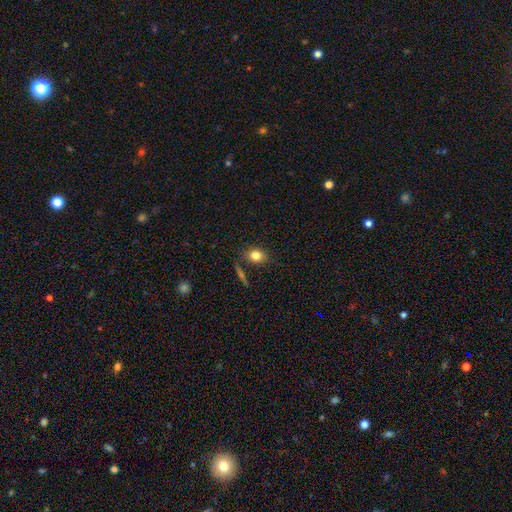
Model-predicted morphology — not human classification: This appears to be a smooth galaxy with no disk features (82%) that is in between round and cigar-shaped (50%). Merging: none (76%).